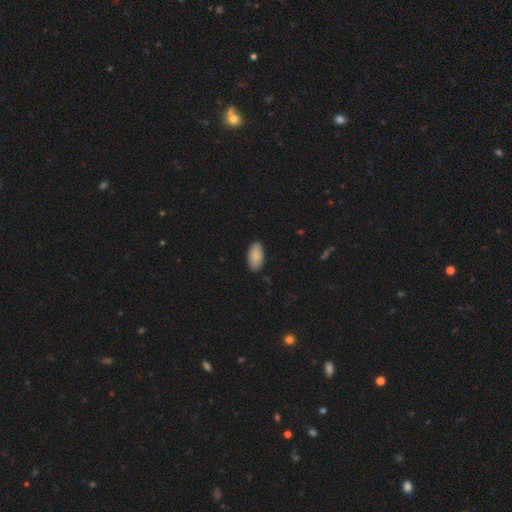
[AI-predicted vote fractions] A smooth galaxy with no disk features (87%) that is in between round and cigar-shaped (95%).

Vote fractions:
- Smooth or featured? smooth: 87% / featured or disk: 7% / star or artifact: 6%
- How rounded? in between: 95% / cigar-shaped: 3% / round: 2%
- Merging? none: 84% / minor disturbance: 13% / major disturbance: 2% / merger: 1%